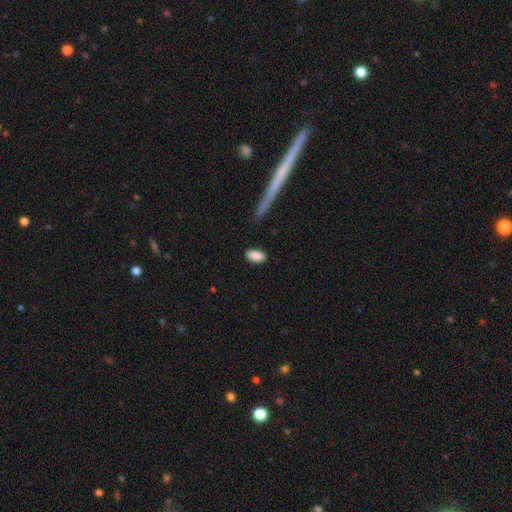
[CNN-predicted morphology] This is clearly a smooth galaxy (89%). How rounded: clearly in between (90%). Merging: clearly none (86%).